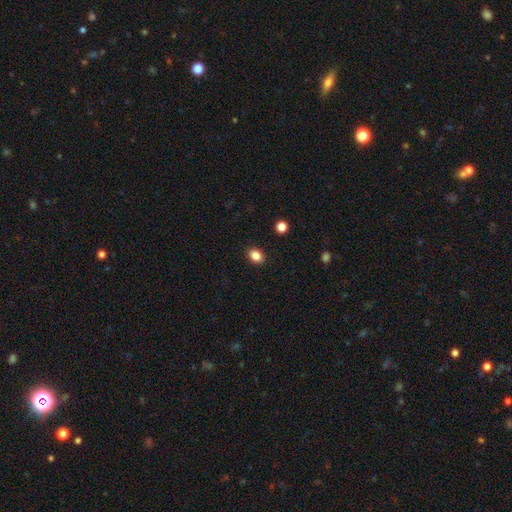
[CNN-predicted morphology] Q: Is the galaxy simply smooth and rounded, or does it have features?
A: smooth — 85%.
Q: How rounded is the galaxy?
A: in between — 66%.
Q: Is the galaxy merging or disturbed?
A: none — 90%.